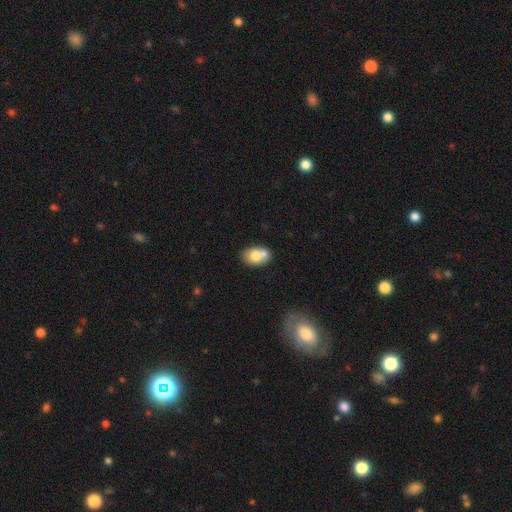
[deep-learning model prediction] The model was most divided on "merging": none: 43%, merger: 40%, minor disturbance: 13%, major disturbance: 4%. More confident: how rounded — in between (73%); smooth or featured — smooth (72%).